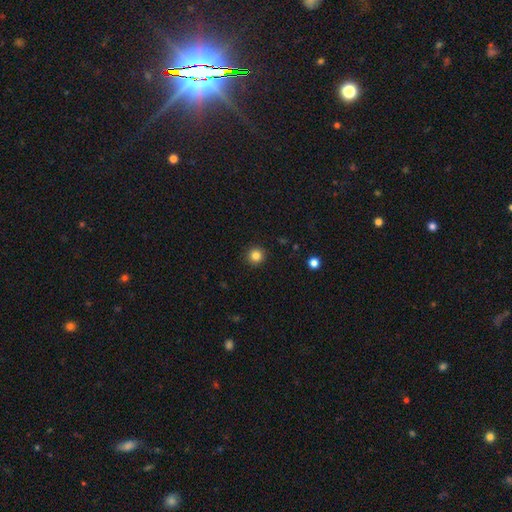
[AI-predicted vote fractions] Overall: smooth (84%). How rounded: round (94%). Merging: none (92%).